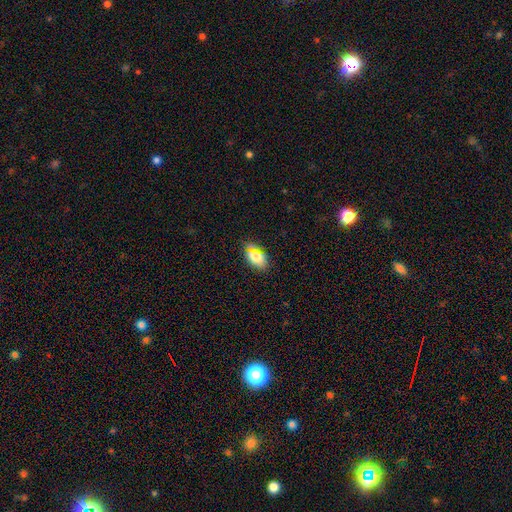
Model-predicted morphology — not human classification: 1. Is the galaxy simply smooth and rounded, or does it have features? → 76% smooth, 14% star or artifact, 10% featured or disk.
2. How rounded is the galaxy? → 88% in between, 9% round, 4% cigar-shaped.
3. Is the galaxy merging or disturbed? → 81% none, 13% minor disturbance, 3% major disturbance, 2% merger.